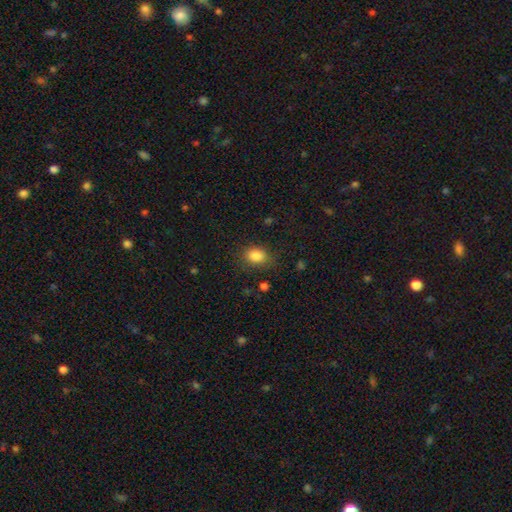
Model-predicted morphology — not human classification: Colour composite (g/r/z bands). It shows a smooth galaxy with no disk features (85%) that is in between round and cigar-shaped (63%). Merging: none (78%).